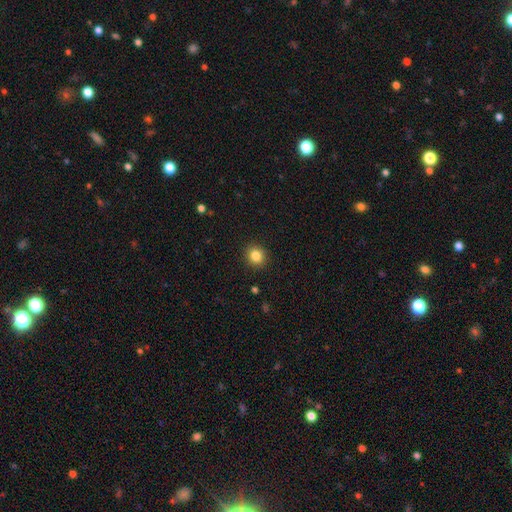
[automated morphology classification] The model was most divided on "smooth or featured": smooth: 84%, star or artifact: 11%, featured or disk: 5%. More confident: merging — none (92%); how rounded — round (87%).